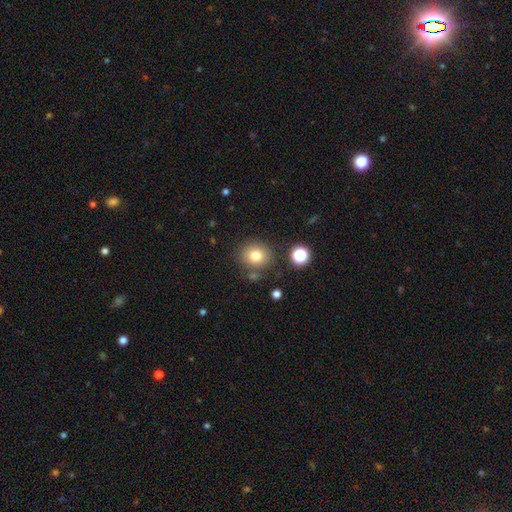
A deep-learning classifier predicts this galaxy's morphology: A smooth galaxy with no disk features (78%) that is round (80%).

Vote fractions:
- Smooth or featured? smooth: 78% / star or artifact: 13% / featured or disk: 9%
- How rounded? round: 80% / in between: 19% / cigar-shaped: 1%
- Merging? none: 80% / minor disturbance: 10% / merger: 6% / major disturbance: 4%